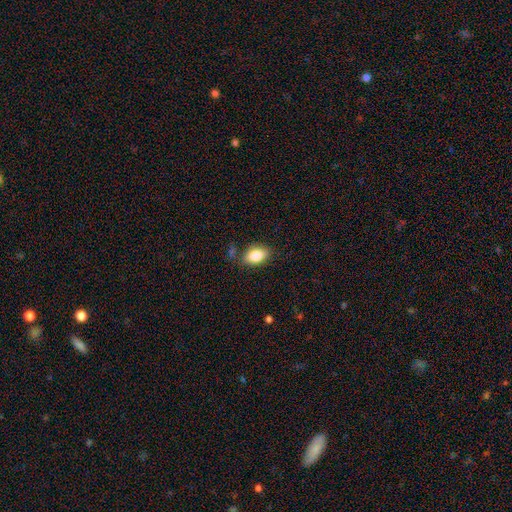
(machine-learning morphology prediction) Smooth or featured: smooth — 85% (featured or disk — 8%)
How rounded: in between — 89% (round — 10%)
Merging: none — 77% (minor disturbance — 15%)